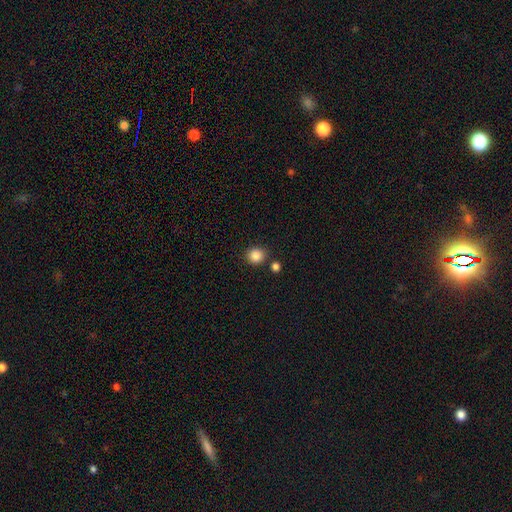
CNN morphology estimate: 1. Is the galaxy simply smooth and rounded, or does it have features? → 86% smooth, 10% star or artifact, 4% featured or disk.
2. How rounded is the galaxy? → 83% round, 16% in between, 1% cigar-shaped.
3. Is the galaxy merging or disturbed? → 82% none, 8% minor disturbance, 7% merger, 2% major disturbance.